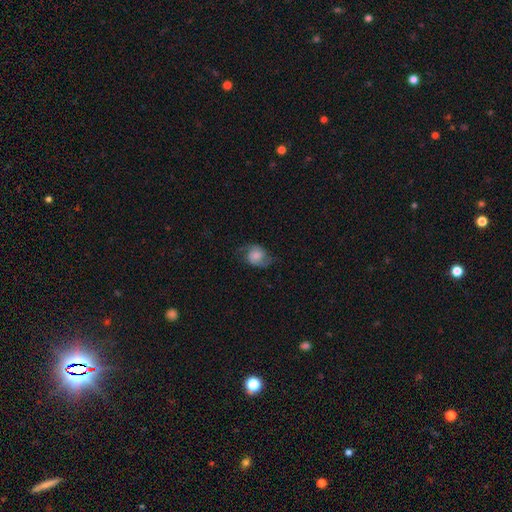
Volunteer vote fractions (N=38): This appears to be a featured or disk galaxy (53%) with no bar (79%), 2 (88%) loose (44%) spiral arms (84%) and a moderate central bulge (37%). Merging: none (69%).